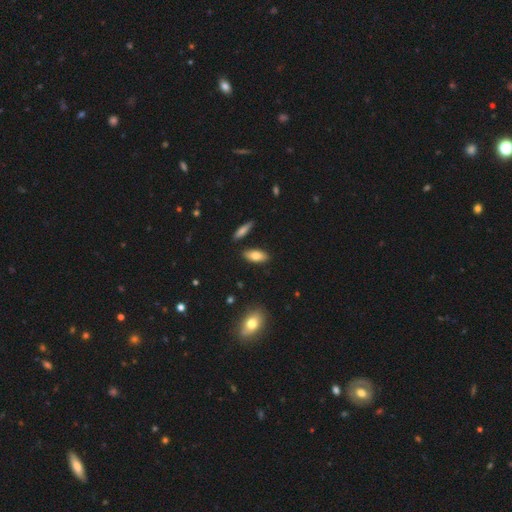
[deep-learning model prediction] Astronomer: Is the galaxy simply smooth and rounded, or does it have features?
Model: smooth — 78%.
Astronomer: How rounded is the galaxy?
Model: in between — 84%.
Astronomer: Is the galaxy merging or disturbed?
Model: none — 85%.